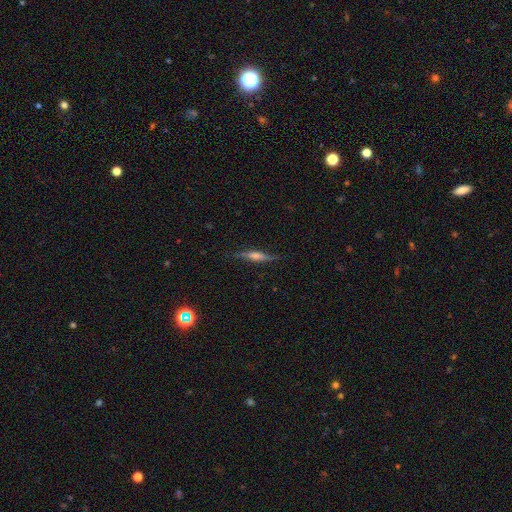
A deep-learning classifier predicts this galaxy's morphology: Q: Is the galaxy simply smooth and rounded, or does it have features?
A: featured or disk — 66%.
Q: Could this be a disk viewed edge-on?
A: yes — 96%.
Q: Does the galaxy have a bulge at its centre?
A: rounded — 71%.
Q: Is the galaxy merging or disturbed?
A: none — 84%.